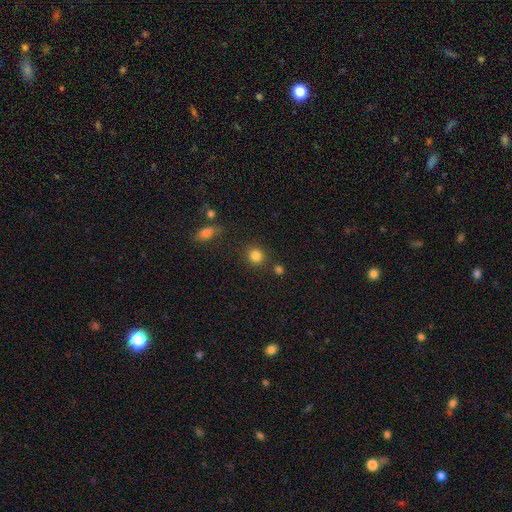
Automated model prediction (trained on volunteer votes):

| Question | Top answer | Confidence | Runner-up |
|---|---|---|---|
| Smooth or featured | smooth | 84% | star or artifact (11%) |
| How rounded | round | 88% | in between (11%) |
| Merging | none | 82% | minor disturbance (9%) |